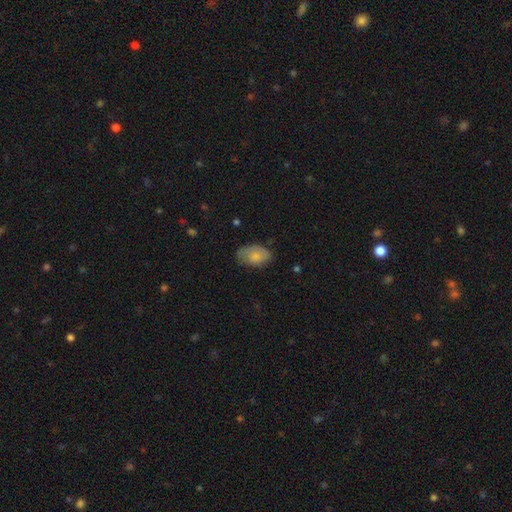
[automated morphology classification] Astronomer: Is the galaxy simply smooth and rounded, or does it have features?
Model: smooth — 74%.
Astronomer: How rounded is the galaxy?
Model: in between — 91%.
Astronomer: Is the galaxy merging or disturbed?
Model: none — 65%.